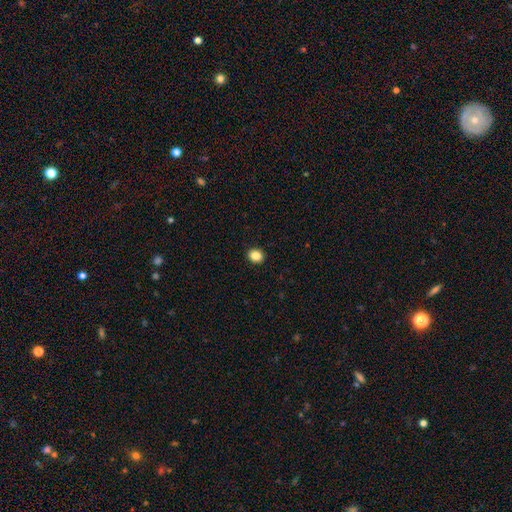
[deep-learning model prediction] Morphology: type=smooth (86%); roundness=round (66%); merging=none (92%).